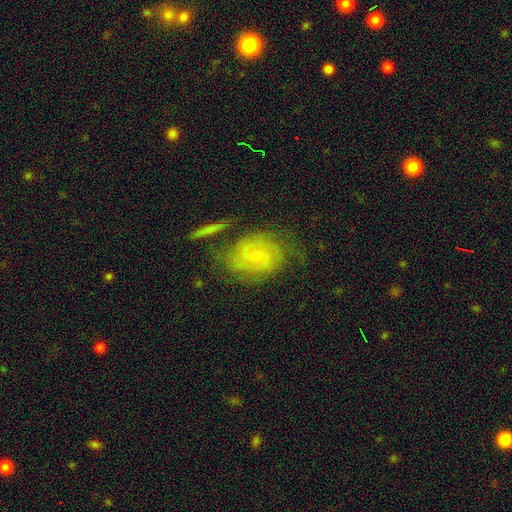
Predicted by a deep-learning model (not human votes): This appears to be a featured or disk galaxy (57%) with no bar (67%), spiral arms (83%) and a small central bulge (79%). Merging: none (60%).